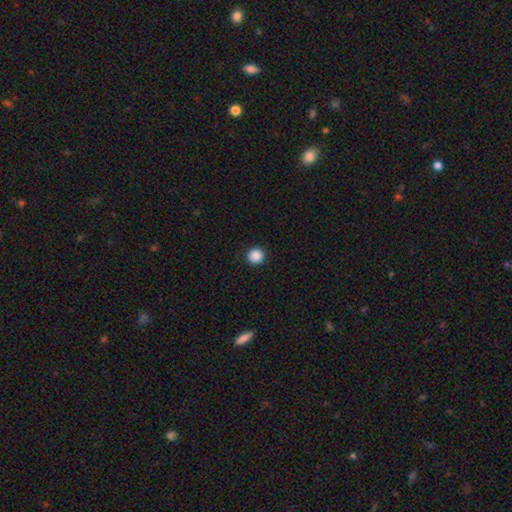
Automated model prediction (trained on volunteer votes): Smooth or featured? Predicted: smooth (p=0.88). How rounded? Predicted: round (p=0.95). Merging? Predicted: none (p=0.91).